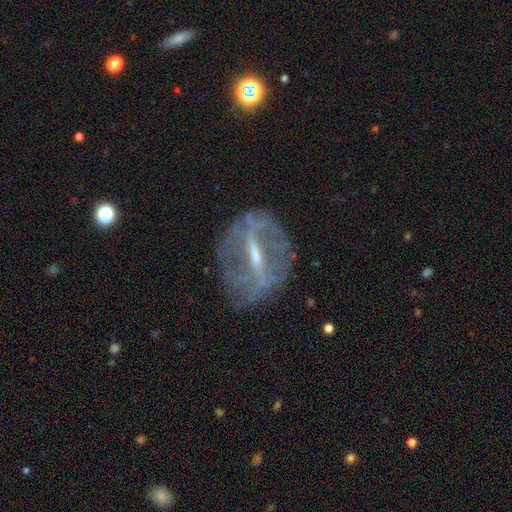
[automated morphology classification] type=featured or disk (79%); edge-on=no (77%); bar=strong (70%); spiral arms=no (57%); bulge=small (46%); merging=none (70%).